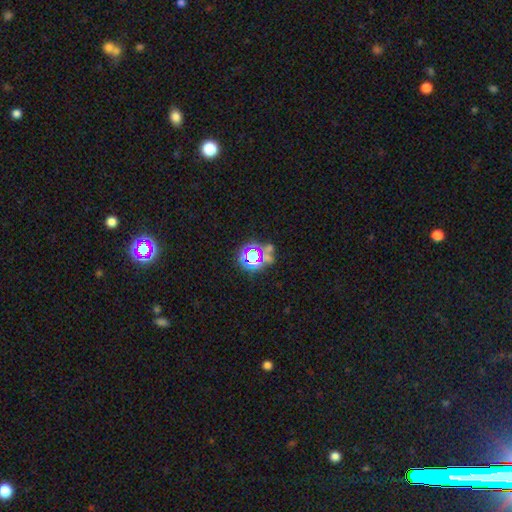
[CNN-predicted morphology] Smooth or featured?
  - star or artifact: 70% *
  - smooth: 21%
  - featured or disk: 9%